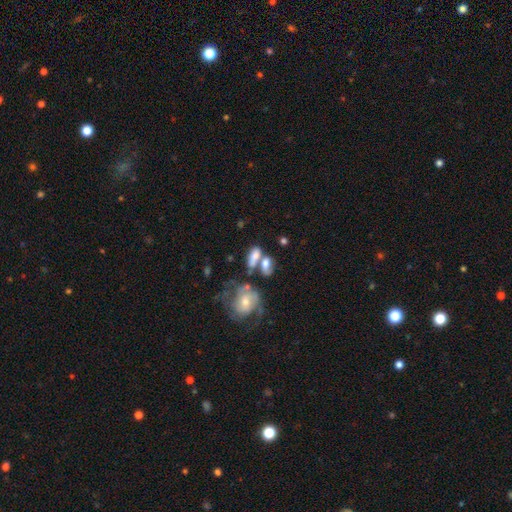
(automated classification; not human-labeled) This appears to be a smooth galaxy with no disk features (68%) that is in between round and cigar-shaped (79%). Merging: merger (46%).